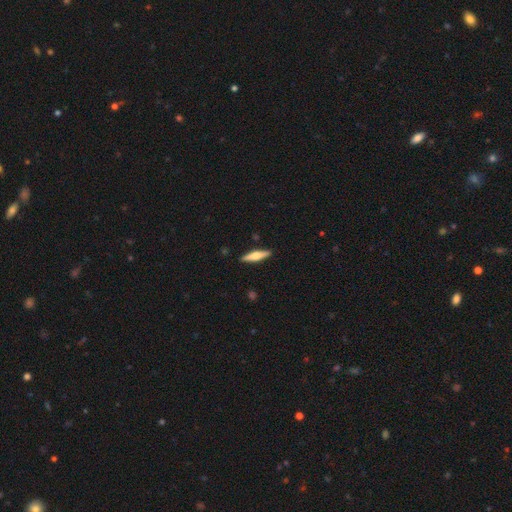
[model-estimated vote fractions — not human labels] featured or disk 55%, smooth 40%, star or artifact 5%. Down the decision tree: edge-on disk — yes (97%); edge-on bulge — rounded (87%); merging — none (90%).